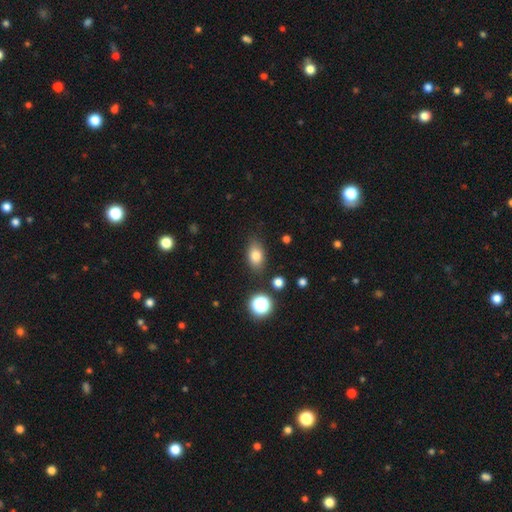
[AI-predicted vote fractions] This appears to be a smooth galaxy with no disk features (78%) that is in between round and cigar-shaped (81%). Merging: none (81%).